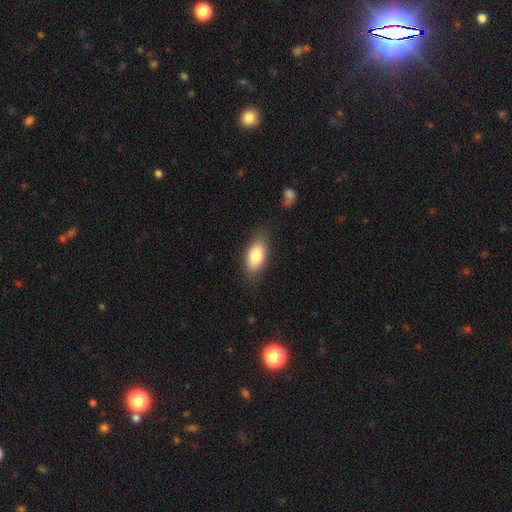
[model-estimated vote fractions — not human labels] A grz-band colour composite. It shows a smooth galaxy with no disk features (81%) that is in between round and cigar-shaped (88%). Merging: none (79%).